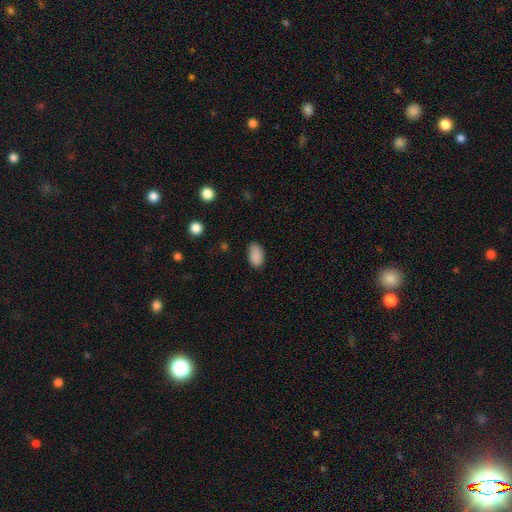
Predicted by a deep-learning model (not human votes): Smooth or featured? smooth (88%)
How rounded? in between (93%)
Merging? none (80%)